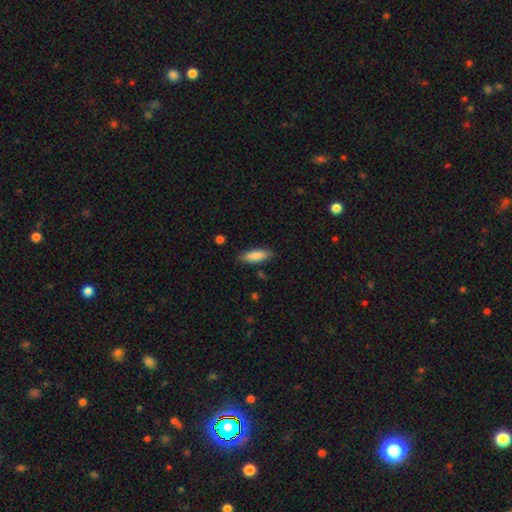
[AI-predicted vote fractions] Morphology: type=smooth (86%); roundness=in between (55%); merging=none (84%).